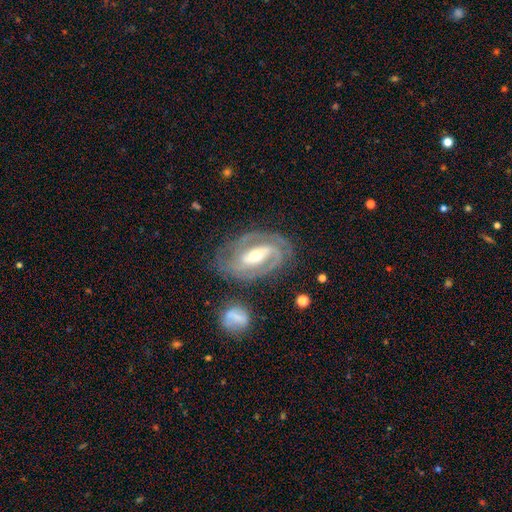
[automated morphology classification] This appears to be a featured or disk galaxy (88%) with a strong bar (53%), 2 (67%) tight (56%) spiral arms (94%) and a moderate central bulge (56%). Merging: none (74%).